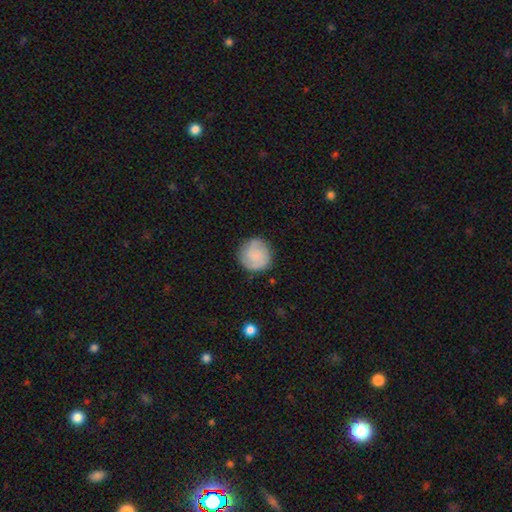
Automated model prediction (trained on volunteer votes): Smooth or featured? Predicted: smooth (p=0.58). How rounded? Predicted: round (p=0.92). Merging? Predicted: none (p=0.84).